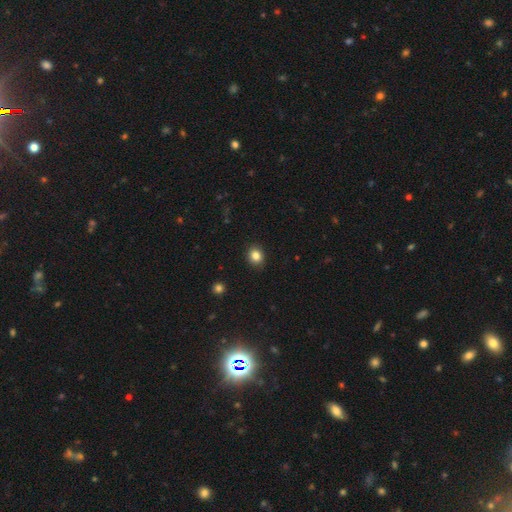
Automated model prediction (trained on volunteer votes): The model was most divided on "how rounded": round: 69%, in between: 30%, cigar-shaped: 1%. More confident: merging — none (90%); smooth or featured — smooth (84%).